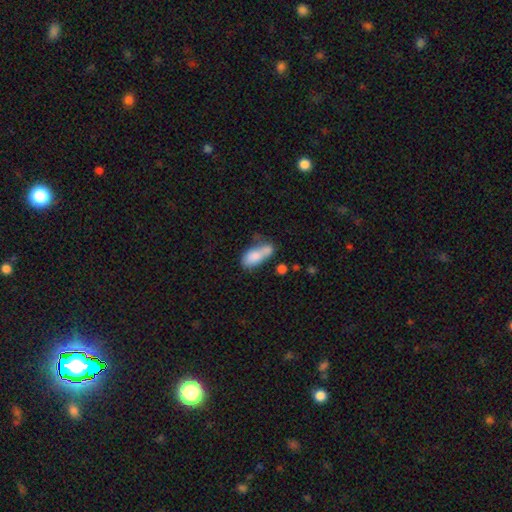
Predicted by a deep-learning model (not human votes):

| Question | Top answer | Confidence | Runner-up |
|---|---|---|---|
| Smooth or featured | smooth | 77% | featured or disk (15%) |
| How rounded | in between | 85% | cigar-shaped (9%) |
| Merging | merger | 46% | none (26%) |